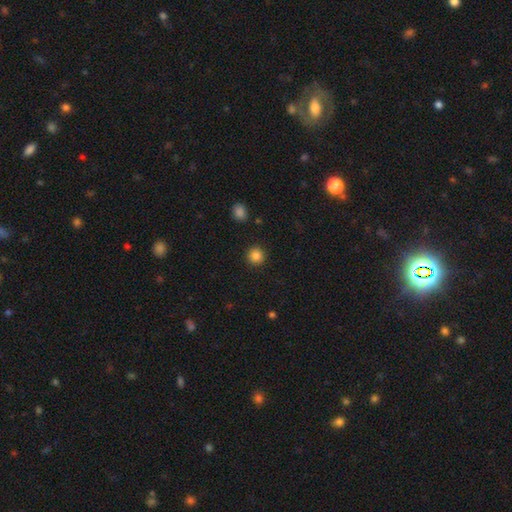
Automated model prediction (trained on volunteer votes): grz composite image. It shows a smooth galaxy with no disk features (86%) that is round (94%). Merging: none (91%).